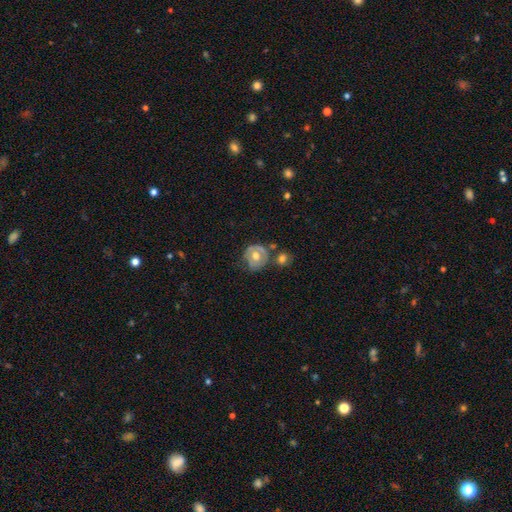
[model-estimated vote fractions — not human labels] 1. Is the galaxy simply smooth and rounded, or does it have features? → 47% smooth, 45% featured or disk, 7% star or artifact.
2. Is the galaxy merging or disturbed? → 50% none, 24% minor disturbance, 15% merger, 11% major disturbance.